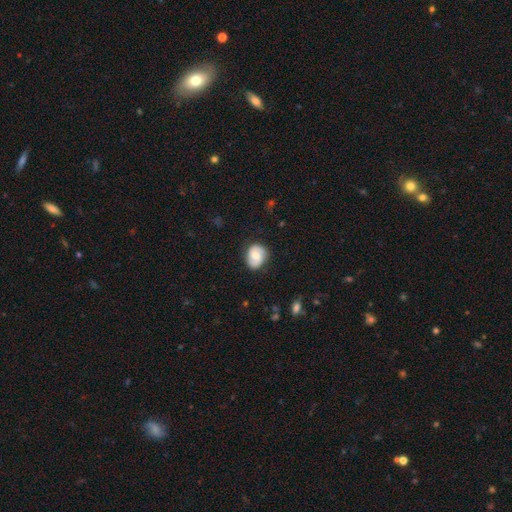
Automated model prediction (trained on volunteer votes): smooth_or_featured: featured or disk (p=0.47) [alt: smooth p=0.45]
merging: none (p=0.79) [alt: minor disturbance p=0.16]